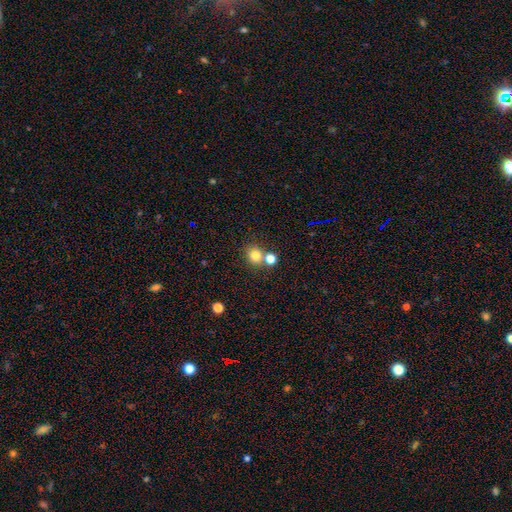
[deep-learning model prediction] The model was most divided on "merging": none: 59%, merger: 31%, minor disturbance: 7%, major disturbance: 3%. More confident: how rounded — round (82%); smooth or featured — smooth (80%).